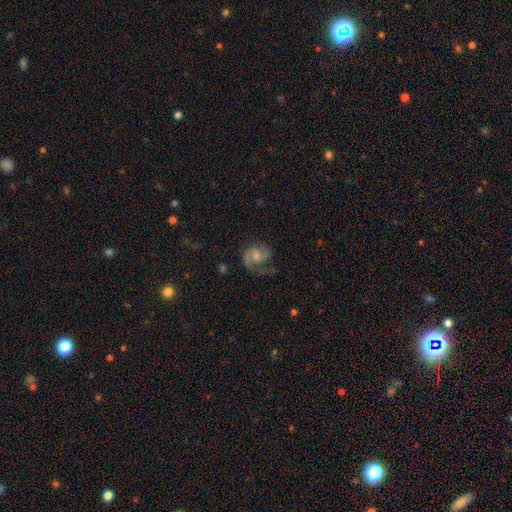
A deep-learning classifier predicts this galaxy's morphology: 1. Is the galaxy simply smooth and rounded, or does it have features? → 76% featured or disk, 17% smooth, 7% star or artifact.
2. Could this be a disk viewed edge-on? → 98% no, 2% yes.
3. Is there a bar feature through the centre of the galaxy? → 63% no, 32% weak, 5% strong.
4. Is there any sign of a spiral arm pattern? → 94% yes, 6% no.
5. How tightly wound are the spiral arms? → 50% medium, 25% loose, 25% tight.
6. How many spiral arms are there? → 67% 2, 19% 1, 7% can't tell, 4% 3, 1% 4, 1% more than 4.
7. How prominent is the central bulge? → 48% moderate, 35% small, 8% none, 7% large, 1% dominant.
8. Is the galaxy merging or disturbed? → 56% none, 22% major disturbance, 21% minor disturbance, 2% merger.